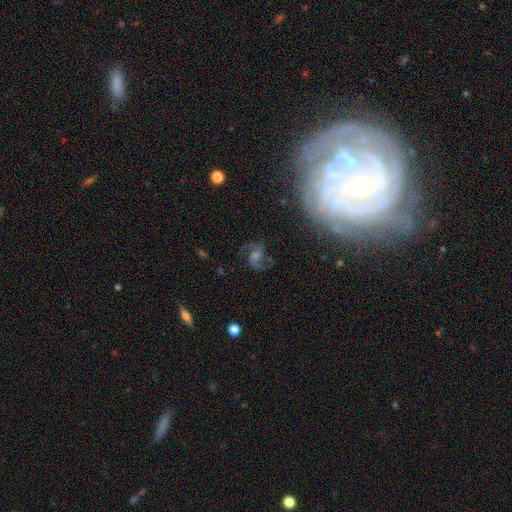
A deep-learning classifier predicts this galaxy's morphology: smooth-or-featured: featured or disk: 81% | star or artifact: 11% | smooth: 8%
  disk-edge-on: no: 97% | yes: 3%
    bar: weak: 45% | no: 40% | strong: 15%
    has-spiral-arms: yes: 97% | no: 3%
      spiral-winding: medium: 54% | loose: 33% | tight: 13%
      spiral-arm-count: 2: 90% | can't tell: 3% | 3: 2% | 1: 2% | 4: 1% | more than 4: 1%
    bulge-size: moderate: 43% | small: 39% | none: 10% | large: 6% | dominant: 2%
  merging: none: 76% | minor disturbance: 13% | major disturbance: 8% | merger: 2%